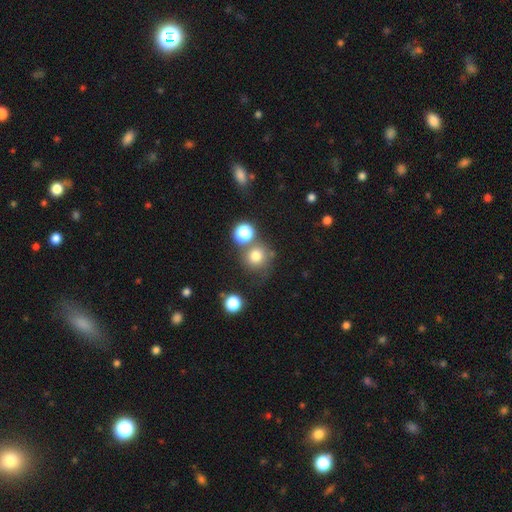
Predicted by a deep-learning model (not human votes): This is likely a smooth galaxy (75%). How rounded: clearly round (91%). Merging: likely none (66%).